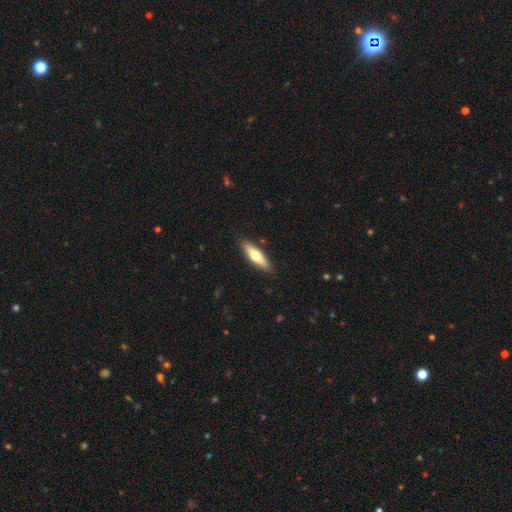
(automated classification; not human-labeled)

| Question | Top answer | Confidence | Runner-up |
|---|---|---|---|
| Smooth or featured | smooth | 60% | featured or disk (34%) |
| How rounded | cigar-shaped | 61% | in between (37%) |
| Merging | none | 88% | minor disturbance (9%) |